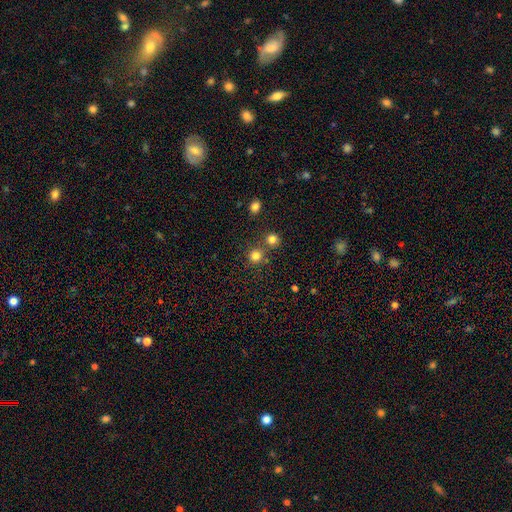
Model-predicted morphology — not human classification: The model was most divided on "merging": none: 69%, merger: 21%, minor disturbance: 7%, major disturbance: 3%. More confident: how rounded — round (90%); smooth or featured — smooth (79%).